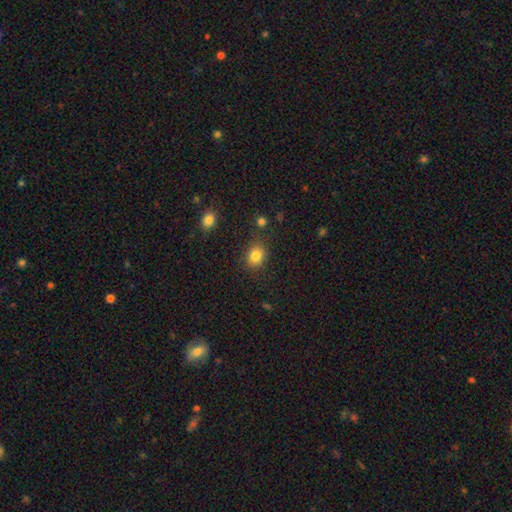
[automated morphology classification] smooth 84%, star or artifact 11%, featured or disk 6%. Down the decision tree: how rounded — round (56%); merging — none (82%).